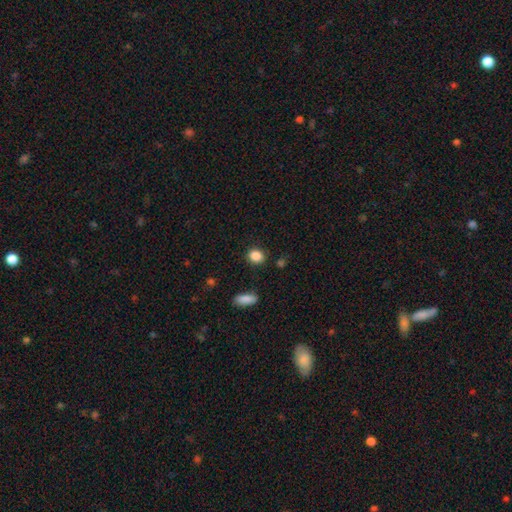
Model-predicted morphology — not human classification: This is clearly a smooth galaxy (87%). How rounded: possibly round (57%). Merging: clearly none (85%).